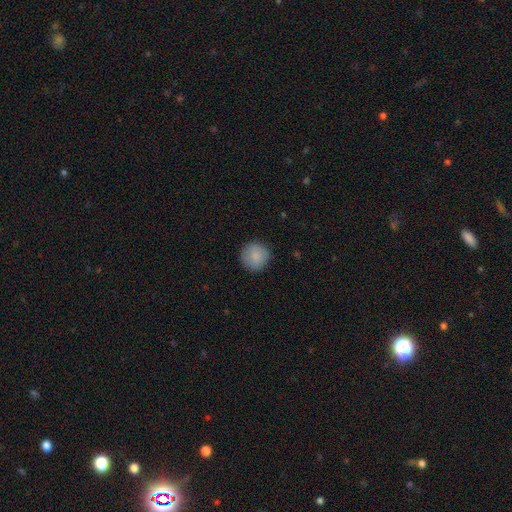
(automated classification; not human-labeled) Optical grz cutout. It shows a smooth galaxy with no disk features (86%) that is round (95%). Merging: none (88%).